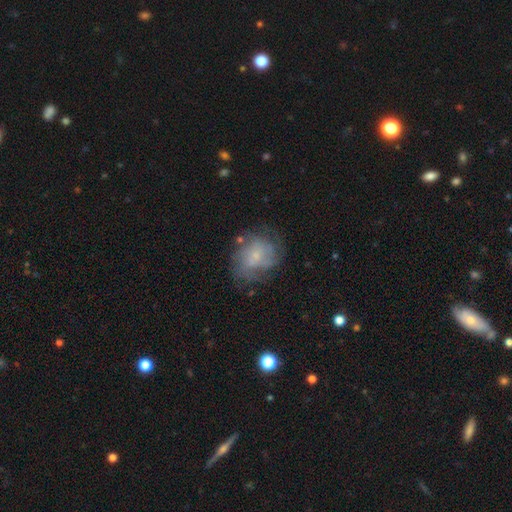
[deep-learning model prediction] This appears to be a featured or disk galaxy (51%). Merging: none (57%).